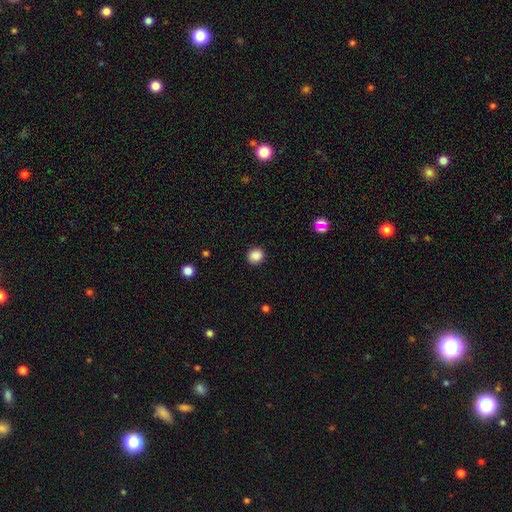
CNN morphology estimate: smooth 87%, star or artifact 10%, featured or disk 3%. Down the decision tree: how rounded — round (82%); merging — none (90%).